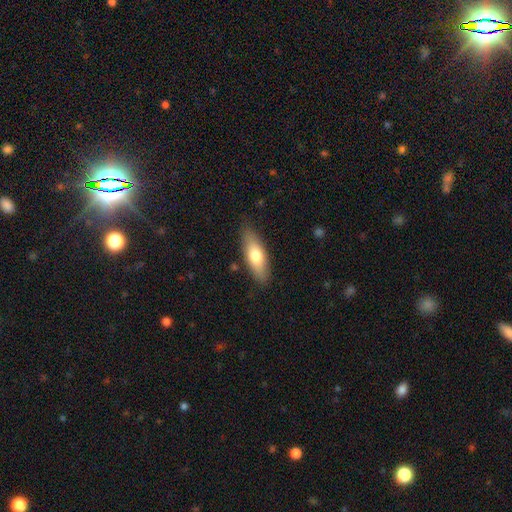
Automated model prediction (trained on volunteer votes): Overall: smooth (70%). How rounded: in between (63%; cigar-shaped 35%). Merging: none (84%).